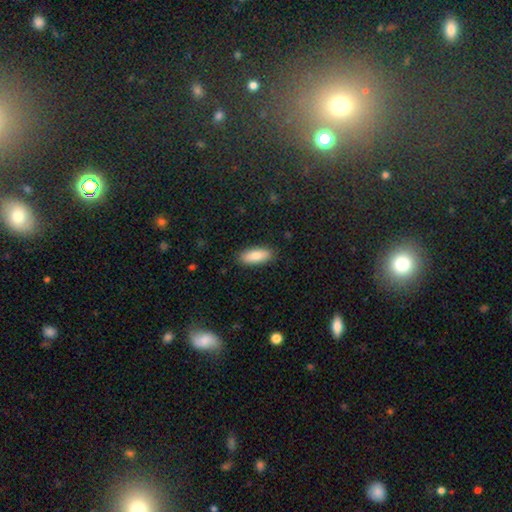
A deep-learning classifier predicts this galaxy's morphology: Overall: smooth (83%). How rounded: in between (81%). Merging: none (88%).